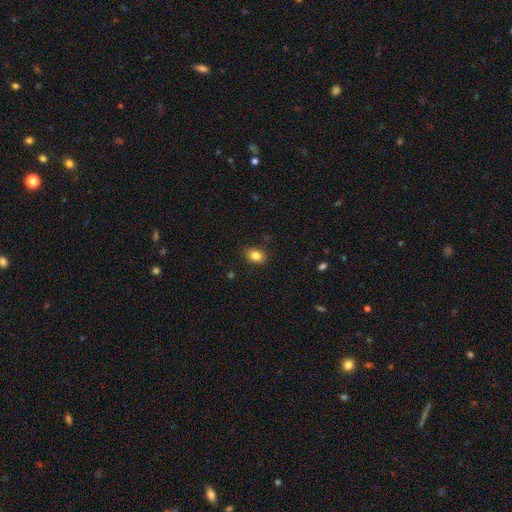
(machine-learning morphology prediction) A smooth galaxy with no disk features (84%) that is in between round and cigar-shaped (71%). Merging: none (88%).